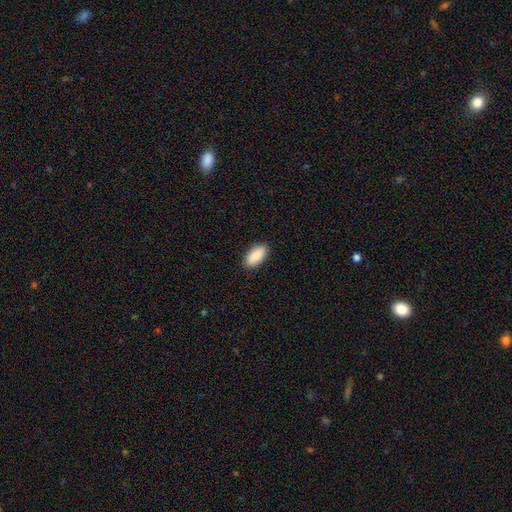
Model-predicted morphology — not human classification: type=smooth (90%); roundness=in between (91%); merging=none (89%).